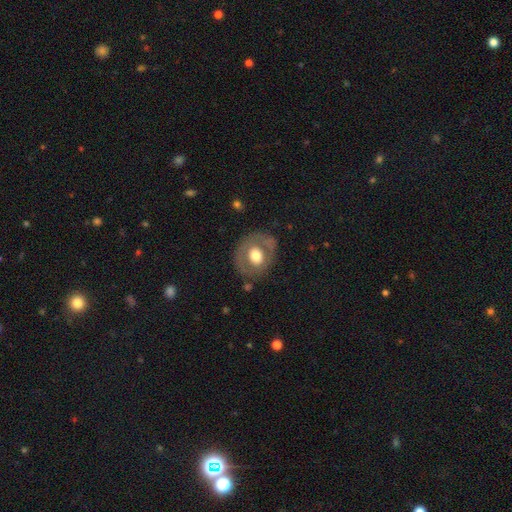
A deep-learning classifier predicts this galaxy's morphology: The model was most divided on "smooth or featured": smooth: 48%, featured or disk: 45%, star or artifact: 7%. More confident: merging — none (74%).